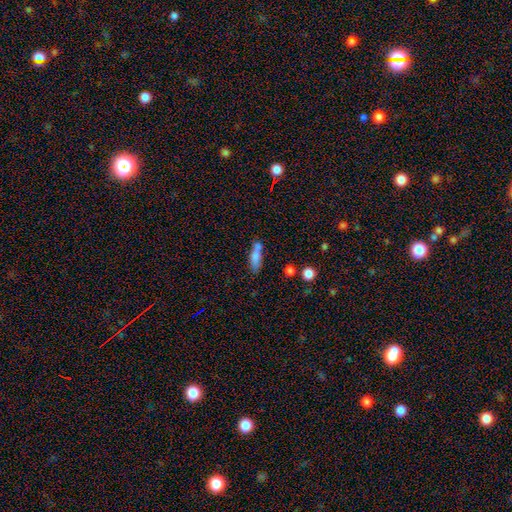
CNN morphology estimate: Smooth or featured? smooth (74%)
How rounded? cigar-shaped (55%)
Merging? none (56%)